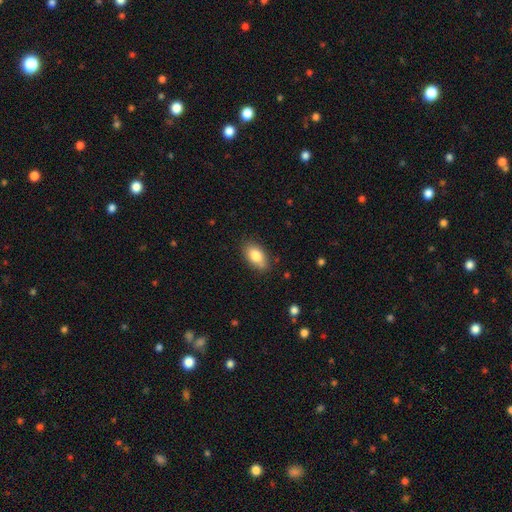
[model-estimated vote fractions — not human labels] The model was most divided on "merging": none: 81%, minor disturbance: 15%, major disturbance: 3%, merger: 2%. More confident: how rounded — in between (90%); smooth or featured — smooth (82%).